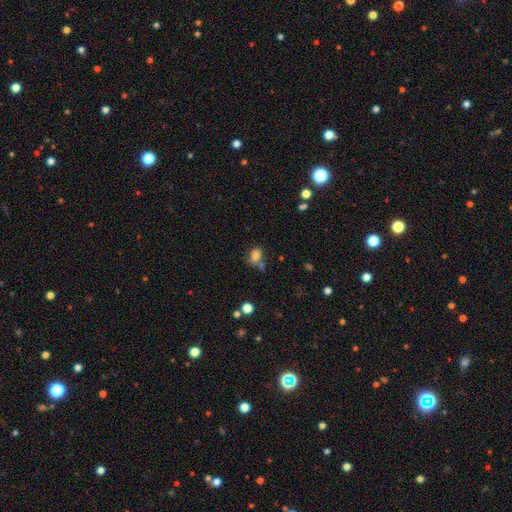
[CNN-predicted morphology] Smooth or featured? Predicted: smooth (p=0.77). How rounded? Predicted: in between (p=0.75). Merging? Predicted: none (p=0.48).